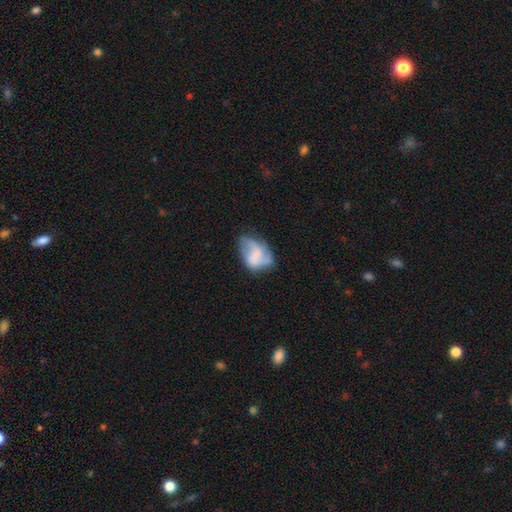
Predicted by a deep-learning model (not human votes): Q: Smooth or featured?
A: smooth (47%); runner-up: featured or disk (45%)
Q: Merging?
A: none (37%); runner-up: minor disturbance (32%)